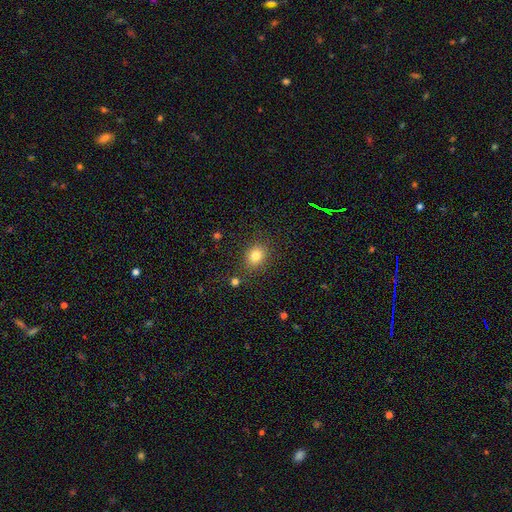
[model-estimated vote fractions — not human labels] This is clearly a smooth galaxy (81%). How rounded: possibly round (58%). Merging: clearly none (82%).